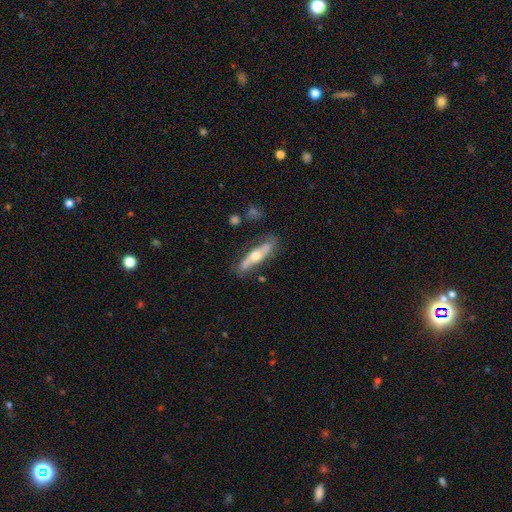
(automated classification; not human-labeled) featured or disk 56%, smooth 38%, star or artifact 6%. Down the decision tree: edge-on disk — yes (66%); merging — none (73%).